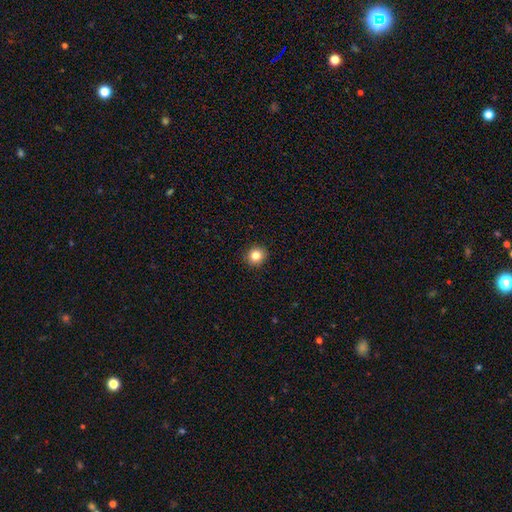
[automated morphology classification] This appears to be a smooth galaxy with no disk features (82%) that is round (92%). Merging: none (93%).